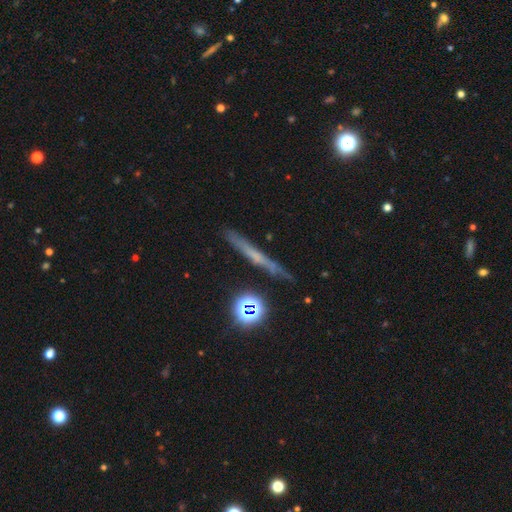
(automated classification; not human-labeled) Smooth or featured?
  - featured or disk: 45% *
  - smooth: 38%
  - star or artifact: 17%
Merging?
  - none: 82% *
  - minor disturbance: 12%
  - major disturbance: 3%
  - merger: 3%